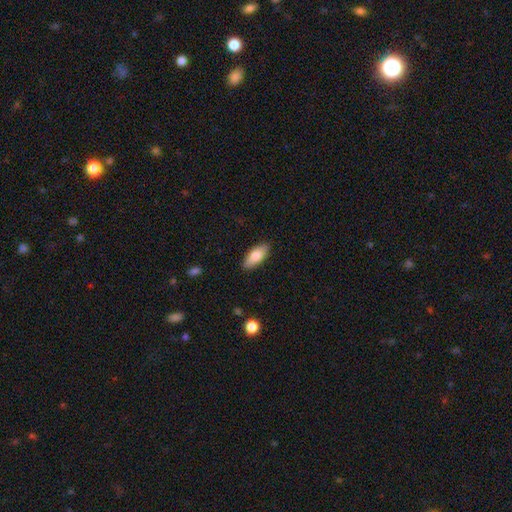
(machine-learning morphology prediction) Overall: smooth (79%). How rounded: in between (80%). Merging: none (88%).